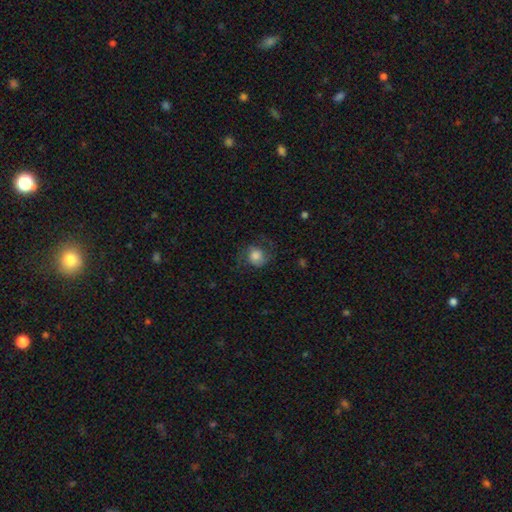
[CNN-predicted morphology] type=smooth (61%); roundness=round (77%); merging=none (59%).